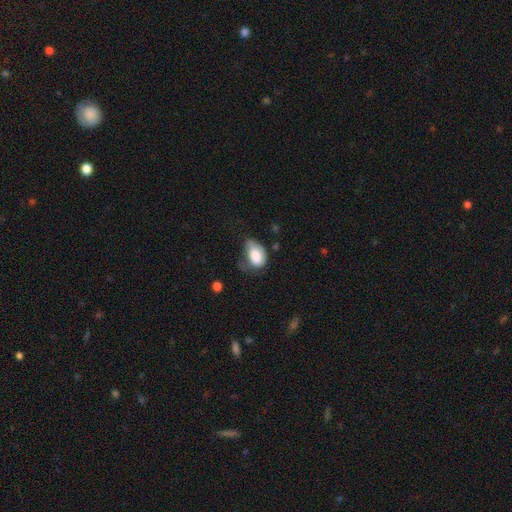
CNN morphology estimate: smooth_or_featured: smooth (p=0.76) [alt: featured or disk p=0.17]
how_rounded: in between (p=0.87) [alt: round p=0.11]
merging: minor disturbance (p=0.40) [alt: none p=0.29]